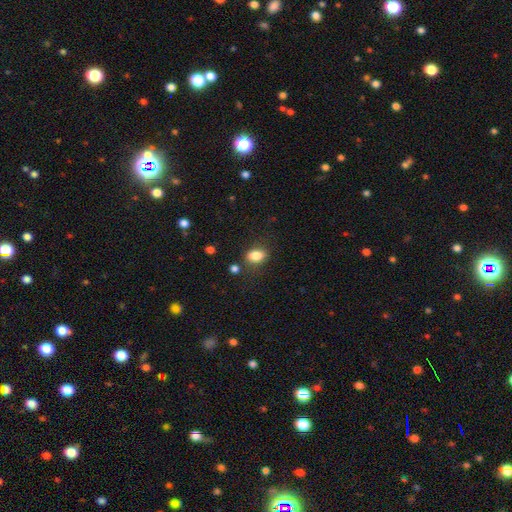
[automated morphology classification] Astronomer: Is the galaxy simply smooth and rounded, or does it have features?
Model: smooth — 84%.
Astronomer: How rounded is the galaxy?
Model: in between — 81%.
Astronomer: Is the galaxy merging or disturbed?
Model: none — 78%.